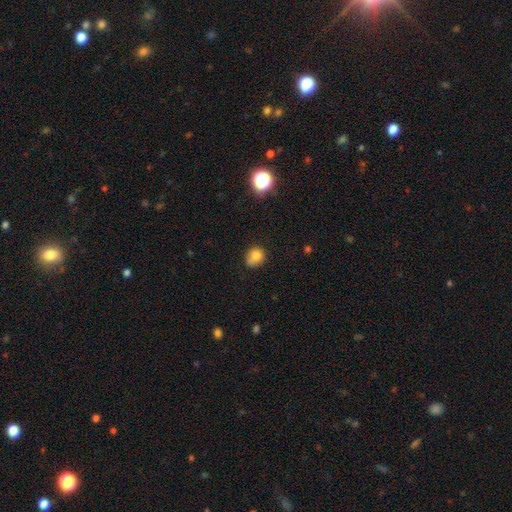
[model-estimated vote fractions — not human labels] This is likely a smooth galaxy (79%). How rounded: likely round (68%). Merging: possibly none (51%).